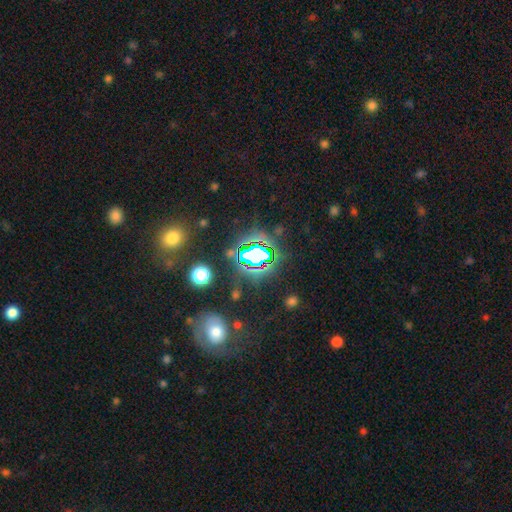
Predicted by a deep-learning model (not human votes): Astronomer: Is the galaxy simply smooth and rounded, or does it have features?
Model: star or artifact — 69%.